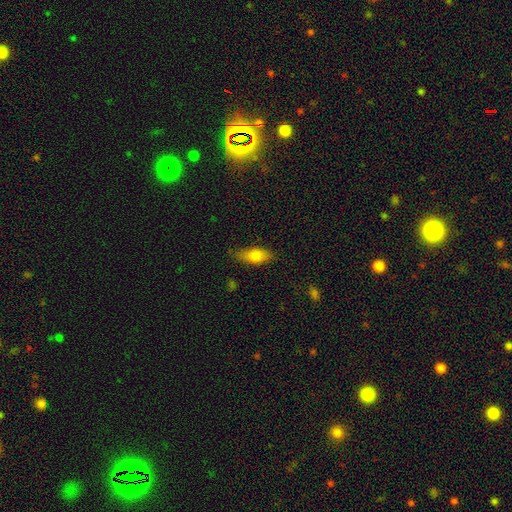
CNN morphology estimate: A smooth galaxy with no disk features (75%) that is in between round and cigar-shaped (78%).

Vote fractions:
- Smooth or featured? smooth: 75% / featured or disk: 18% / star or artifact: 7%
- How rounded? in between: 78% / cigar-shaped: 18% / round: 4%
- Merging? none: 78% / minor disturbance: 17% / major disturbance: 3% / merger: 1%